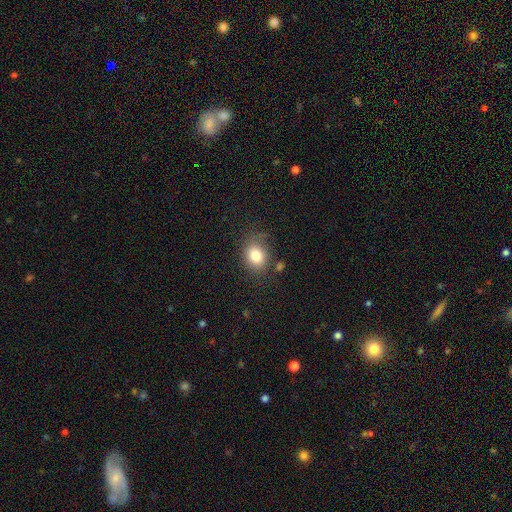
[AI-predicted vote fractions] smooth-or-featured: smooth: 81% | star or artifact: 11% | featured or disk: 9%
  how-rounded: in between: 50% | round: 49% | cigar-shaped: 1%
  merging: none: 73% | minor disturbance: 17% | major disturbance: 6% | merger: 4%